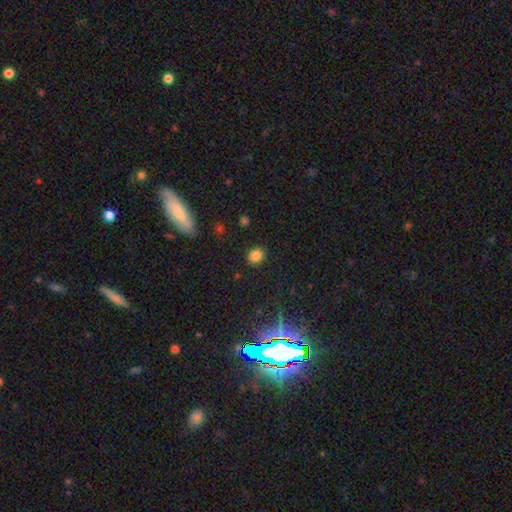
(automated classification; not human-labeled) This appears to be a smooth galaxy with no disk features (83%) that is round (58%). Merging: none (88%).